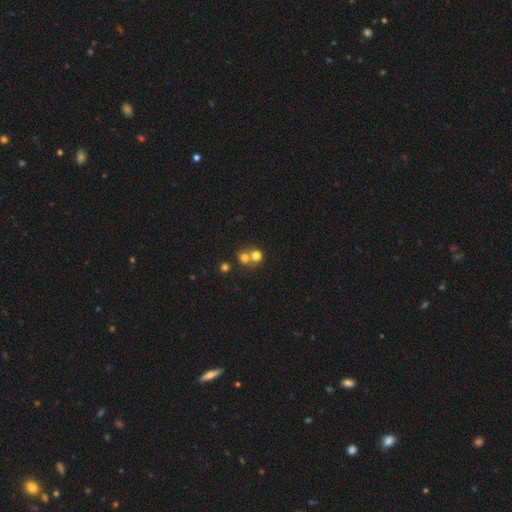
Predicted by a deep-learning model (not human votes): This is likely a smooth galaxy (73%). How rounded: clearly round (83%). Merging: possibly merger (55%).